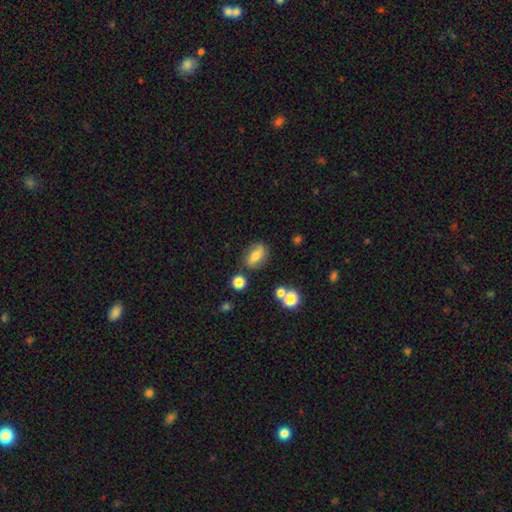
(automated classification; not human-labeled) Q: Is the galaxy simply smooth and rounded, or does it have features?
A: smooth — 62%.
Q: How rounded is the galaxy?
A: in between — 73%.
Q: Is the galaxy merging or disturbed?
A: none — 78%.